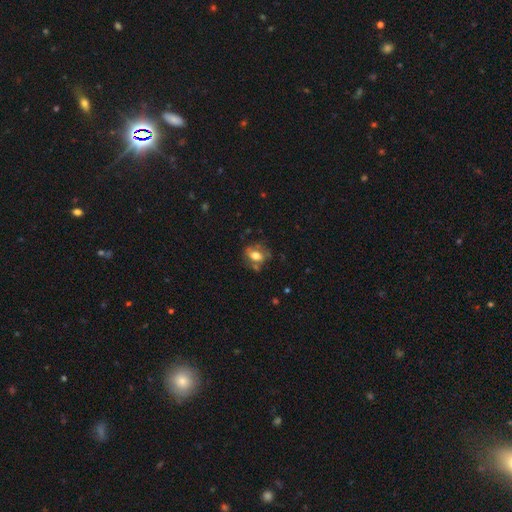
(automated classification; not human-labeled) A smooth galaxy with no disk features (55%) that is in between round and cigar-shaped (61%).

Vote fractions:
- Smooth or featured? smooth: 55% / featured or disk: 35% / star or artifact: 10%
- How rounded? in between: 61% / round: 37% / cigar-shaped: 2%
- Merging? none: 55% / minor disturbance: 25% / major disturbance: 12% / merger: 8%